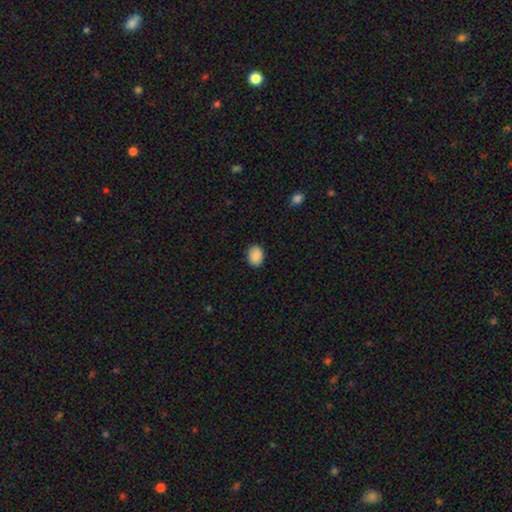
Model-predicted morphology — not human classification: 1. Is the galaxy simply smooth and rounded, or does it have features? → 89% smooth, 8% star or artifact, 3% featured or disk.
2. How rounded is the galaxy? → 60% in between, 40% round, 1% cigar-shaped.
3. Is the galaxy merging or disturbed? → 87% none, 10% minor disturbance, 2% major disturbance, 1% merger.